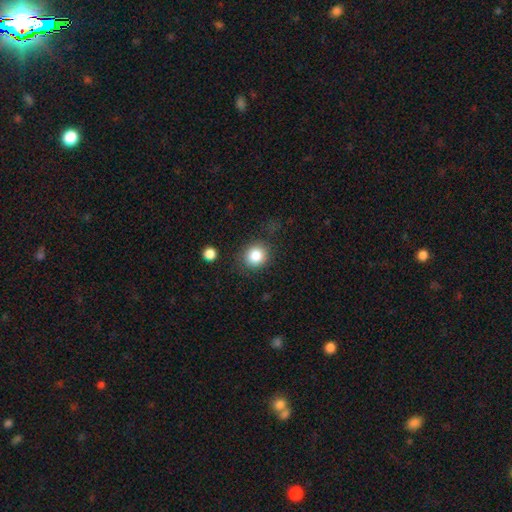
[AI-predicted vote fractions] smooth_or_featured: smooth (p=0.84) [alt: star or artifact p=0.10]
how_rounded: round (p=0.83) [alt: in between p=0.16]
merging: none (p=0.79) [alt: minor disturbance p=0.13]